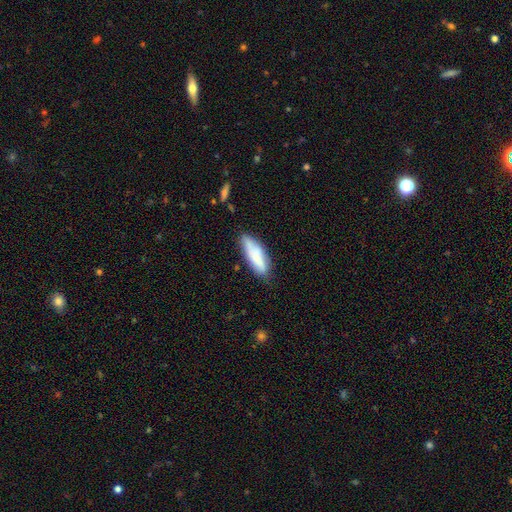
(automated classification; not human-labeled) smooth-or-featured: smooth: 76% | featured or disk: 18% | star or artifact: 7%
  how-rounded: in between: 54% | cigar-shaped: 45% | round: 2%
  merging: none: 69% | minor disturbance: 23% | major disturbance: 5% | merger: 3%